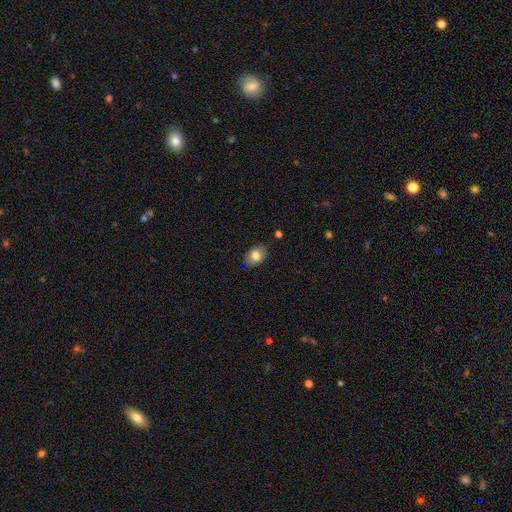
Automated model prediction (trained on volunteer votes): A smooth galaxy with no disk features (78%) that is in between round and cigar-shaped (74%).

Vote fractions:
- Smooth or featured? smooth: 78% / featured or disk: 13% / star or artifact: 8%
- How rounded? in between: 74% / round: 25% / cigar-shaped: 1%
- Merging? none: 85% / minor disturbance: 11% / major disturbance: 2% / merger: 1%